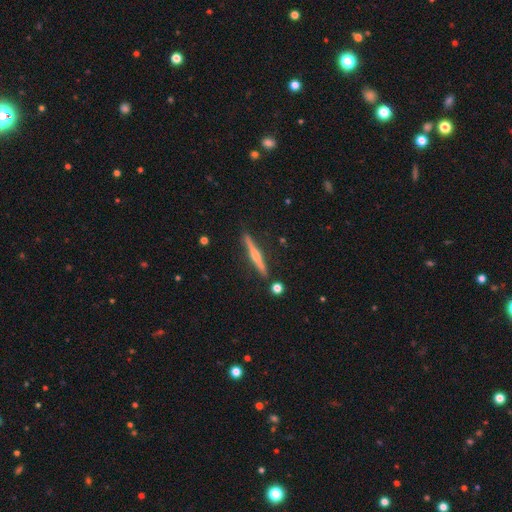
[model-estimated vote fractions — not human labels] Overall: featured or disk (72%). Edge-on disk: yes (98%). Edge-on bulge: rounded (86%). Merging: none (88%).